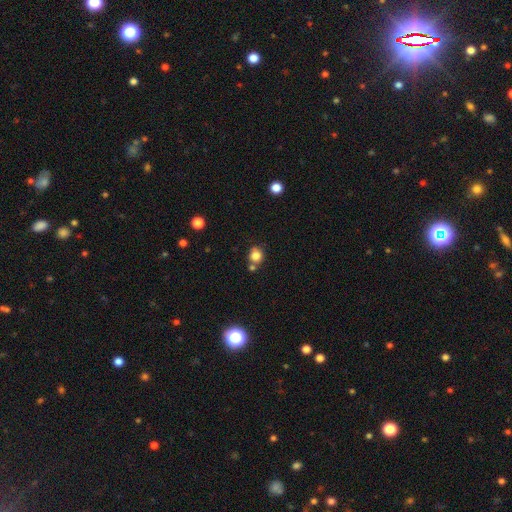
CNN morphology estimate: Smooth or featured? Predicted: smooth (p=0.81). How rounded? Predicted: round (p=0.80). Merging? Predicted: none (p=0.64).